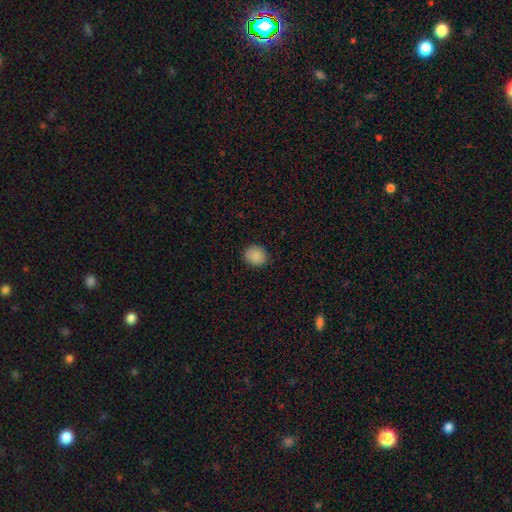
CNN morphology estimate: This is clearly a smooth galaxy (89%). How rounded: likely round (75%). Merging: clearly none (88%).